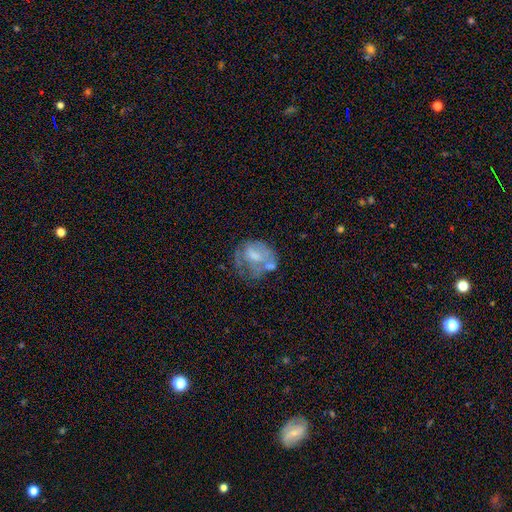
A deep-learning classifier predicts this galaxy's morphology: smooth-or-featured: featured or disk: 50% | smooth: 40% | star or artifact: 10%
  disk-edge-on: no: 97% | yes: 3%
  merging: none: 32% | major disturbance: 29% | minor disturbance: 24% | merger: 14%